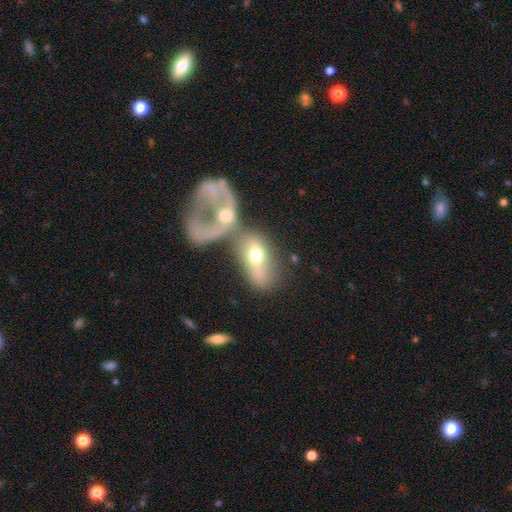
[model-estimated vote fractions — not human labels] This is possibly a smooth galaxy (48%). Merging: likely merger (62%).